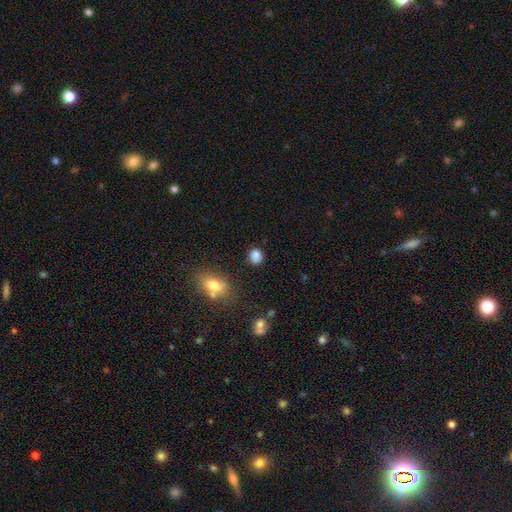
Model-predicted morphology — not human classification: Smooth or featured: smooth — 83% (star or artifact — 12%)
How rounded: round — 68% (in between — 31%)
Merging: none — 75% (minor disturbance — 16%)